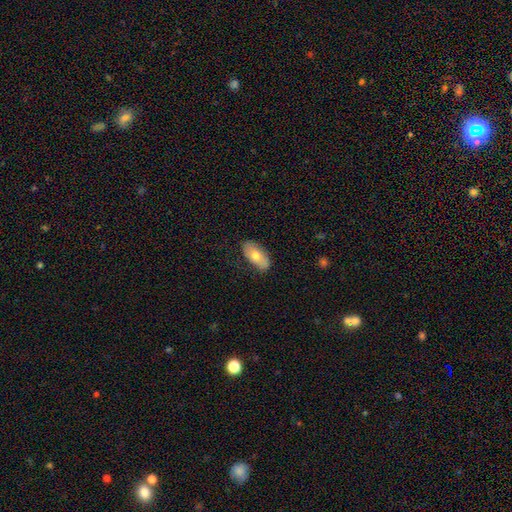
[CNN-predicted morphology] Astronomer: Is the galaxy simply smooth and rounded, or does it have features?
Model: smooth — 68%.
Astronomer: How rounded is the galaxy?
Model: in between — 91%.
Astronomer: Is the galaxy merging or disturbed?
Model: none — 81%.